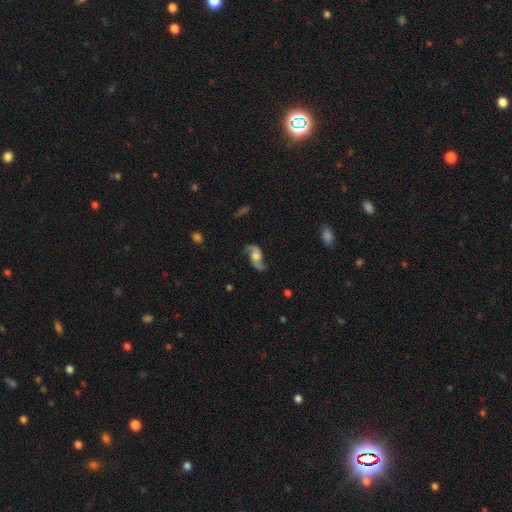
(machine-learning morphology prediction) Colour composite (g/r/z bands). It shows a featured or disk galaxy (81%) with no bar (62%), 2 (92%) loose (67%) spiral arms (95%) and a moderate central bulge (47%). Merging: none (72%).